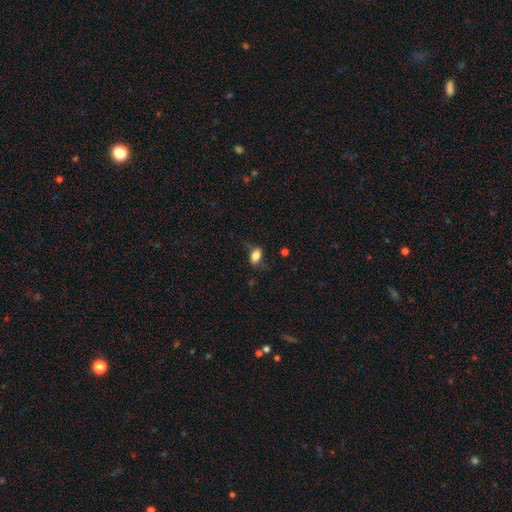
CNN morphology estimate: smooth_or_featured: smooth (p=0.82) [alt: featured or disk p=0.10]
how_rounded: in between (p=0.87) [alt: round p=0.09]
merging: none (p=0.70) [alt: minor disturbance p=0.21]